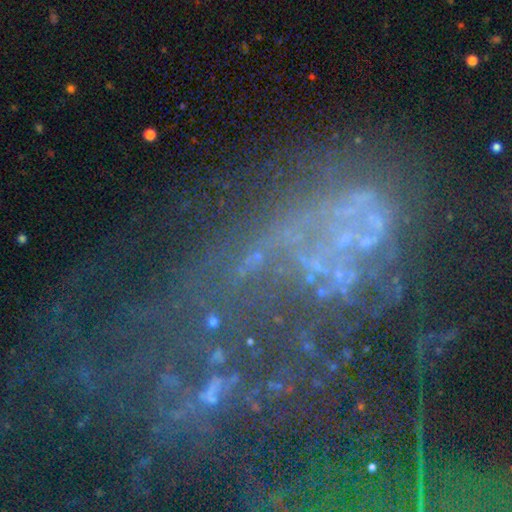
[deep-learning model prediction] Smooth or featured?
  - featured or disk: 54% *
  - star or artifact: 32%
  - smooth: 14%
Edge-on disk?
  - no: 96% *
  - yes: 4%
Bar?
  - no: 85% *
  - weak: 10%
  - strong: 5%
Spiral arms?
  - no: 71% *
  - yes: 29%
Bulge size?
  - none: 75% *
  - small: 15%
  - moderate: 7%
  - large: 2%
  - dominant: 2%
Merging?
  - none: 38% *
  - major disturbance: 35%
  - minor disturbance: 16%
  - merger: 12%